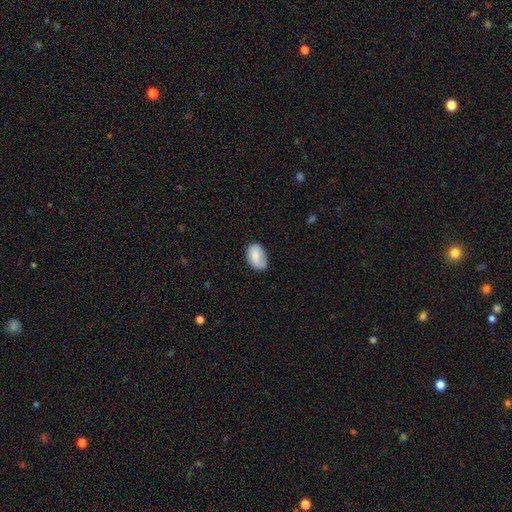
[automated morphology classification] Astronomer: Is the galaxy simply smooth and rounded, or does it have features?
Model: smooth — 79%.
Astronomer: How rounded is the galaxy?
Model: in between — 86%.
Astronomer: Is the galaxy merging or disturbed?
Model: none — 63%.